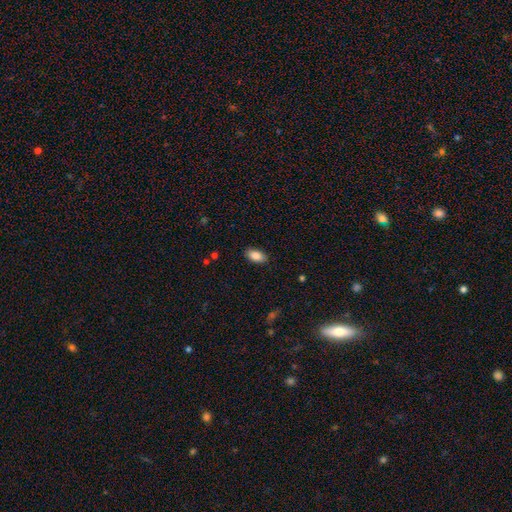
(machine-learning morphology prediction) smooth-or-featured: smooth: 86% | star or artifact: 7% | featured or disk: 7%
  how-rounded: in between: 93% | cigar-shaped: 4% | round: 3%
  merging: none: 88% | minor disturbance: 9% | major disturbance: 2% | merger: 1%